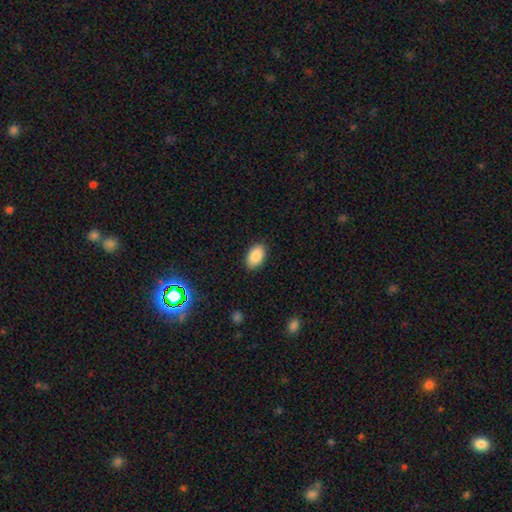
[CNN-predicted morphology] type=smooth (89%); roundness=in between (93%); merging=none (87%).